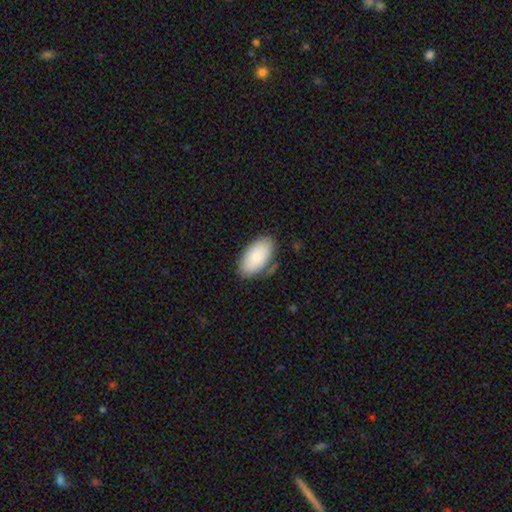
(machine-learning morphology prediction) smooth 85%, featured or disk 9%, star or artifact 6%. Down the decision tree: how rounded — in between (96%); merging — none (78%).